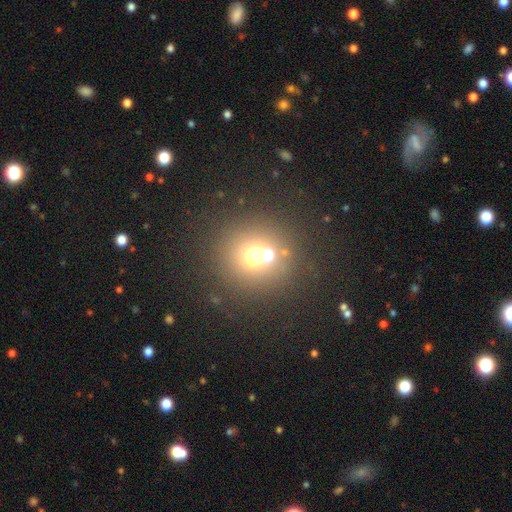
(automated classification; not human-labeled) Smooth or featured? smooth (59%)
How rounded? round (90%)
Merging? none (60%)